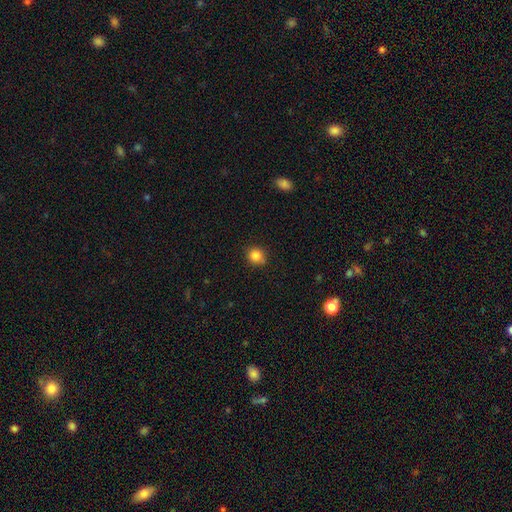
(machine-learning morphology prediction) Smooth or featured: smooth — 85% (star or artifact — 11%)
How rounded: round — 81% (in between — 18%)
Merging: none — 85% (minor disturbance — 11%)